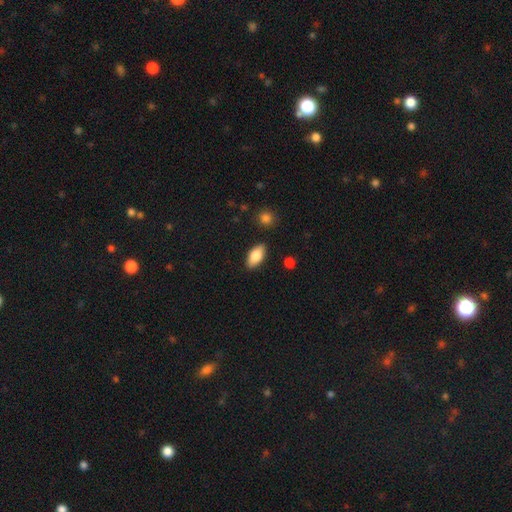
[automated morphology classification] This is likely a smooth galaxy (80%). How rounded: clearly in between (89%). Merging: clearly none (87%).